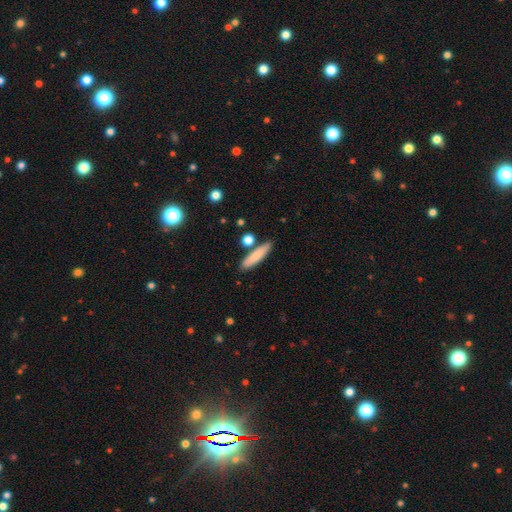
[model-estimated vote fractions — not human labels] The model was most divided on "how rounded": cigar-shaped: 78%, in between: 19%, round: 3%. More confident: smooth or featured — smooth (78%); merging — none (78%).